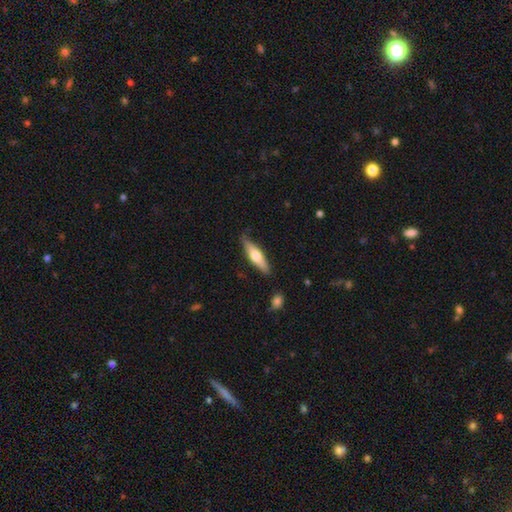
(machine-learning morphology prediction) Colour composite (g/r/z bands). It shows a smooth galaxy with no disk features (51%) that is cigar-shaped (69%). Merging: none (83%).